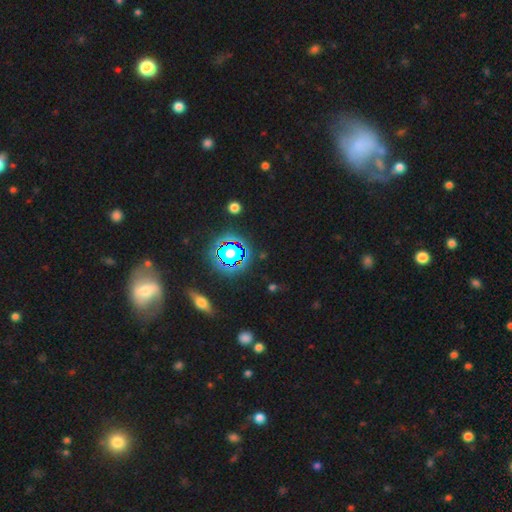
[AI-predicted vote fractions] star or artifact 65%, smooth 20%, featured or disk 15%.